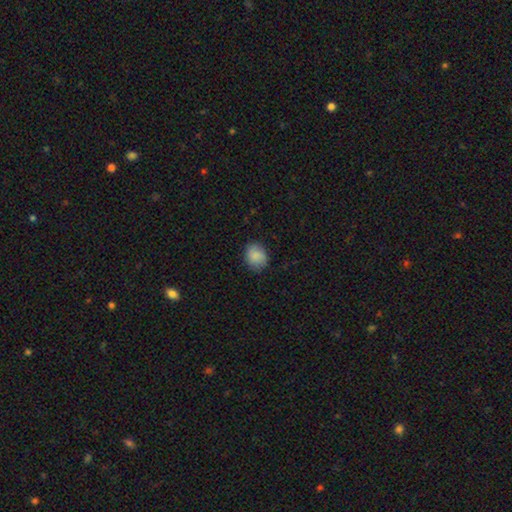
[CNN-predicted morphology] Overall: smooth (87%). How rounded: round (59%; in between 40%). Merging: none (84%).